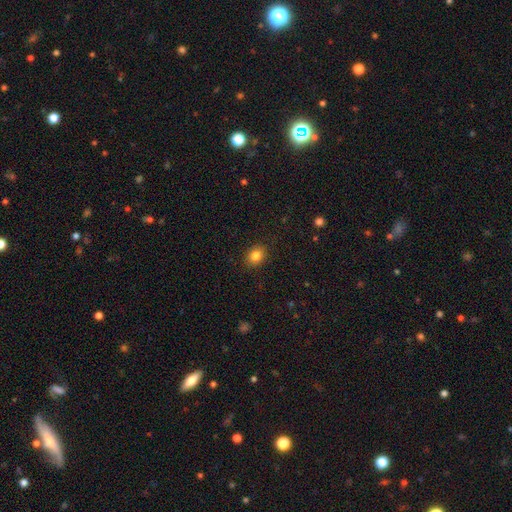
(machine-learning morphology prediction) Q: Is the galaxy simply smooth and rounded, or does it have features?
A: smooth — 84%.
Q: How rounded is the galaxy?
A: in between — 56%.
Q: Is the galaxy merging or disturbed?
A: none — 88%.